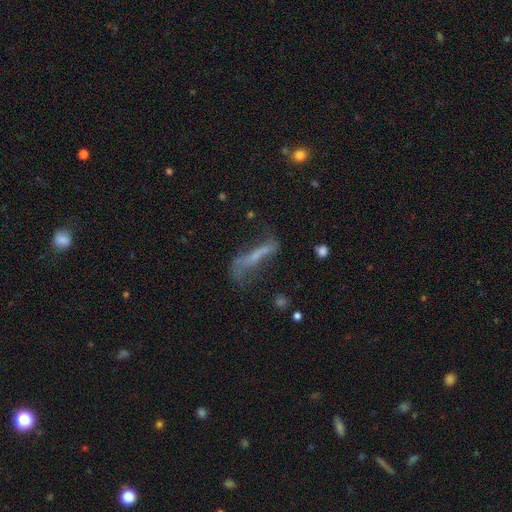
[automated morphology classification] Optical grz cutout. It shows a featured or disk galaxy (51%). Merging: none (38%).